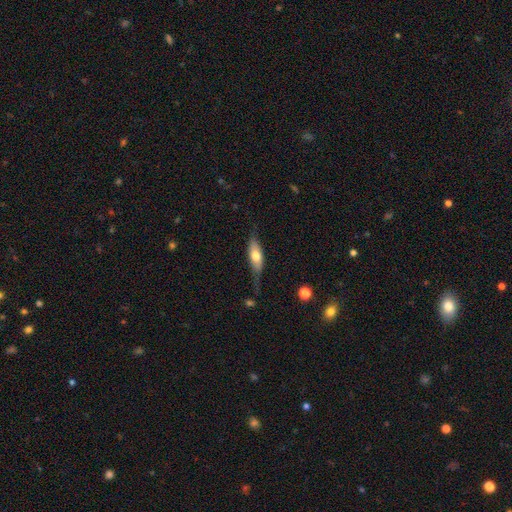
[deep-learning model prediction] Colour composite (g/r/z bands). It shows a smooth galaxy with no disk features (57%) that is in between round and cigar-shaped (60%). Merging: none (54%).